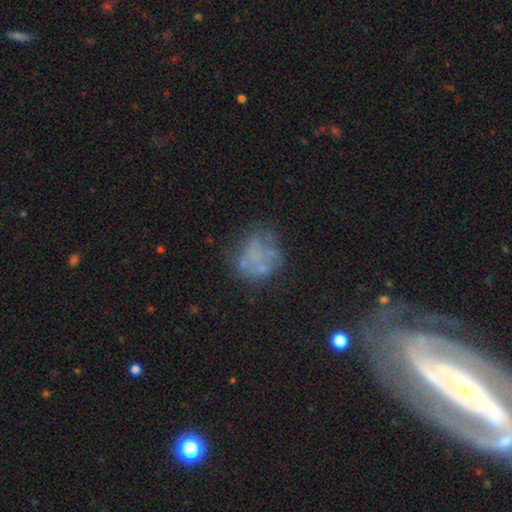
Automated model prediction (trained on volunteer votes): smooth-or-featured: featured or disk: 46% | smooth: 38% | star or artifact: 16%
  merging: none: 51% | minor disturbance: 21% | major disturbance: 20% | merger: 8%